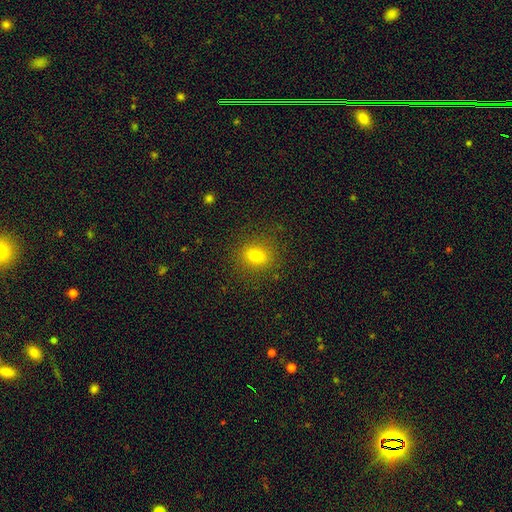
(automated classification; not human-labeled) The model was most divided on "how rounded": round: 52%, in between: 46%, cigar-shaped: 2%. More confident: merging — none (86%); smooth or featured — smooth (77%).